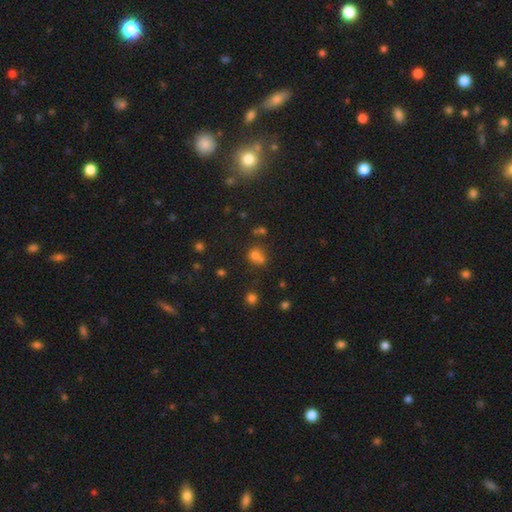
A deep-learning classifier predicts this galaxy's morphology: The model was most divided on "merging": none: 43%, merger: 38%, minor disturbance: 13%, major disturbance: 6%. More confident: how rounded — round (70%); smooth or featured — smooth (69%).